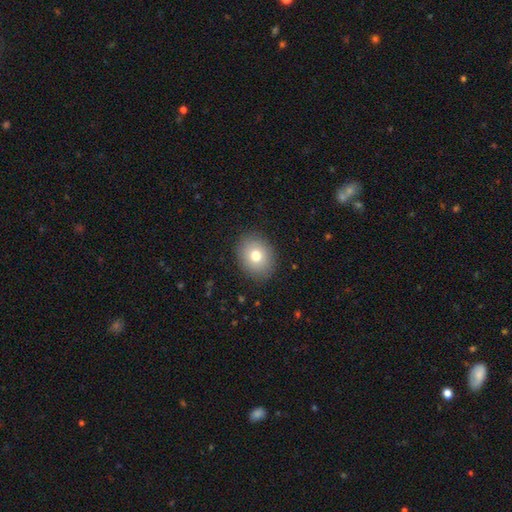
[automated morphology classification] Smooth or featured?
  - smooth: 77% *
  - featured or disk: 13%
  - star or artifact: 10%
How rounded?
  - round: 54% *
  - in between: 46%
  - cigar-shaped: 1%
Merging?
  - none: 87% *
  - minor disturbance: 9%
  - major disturbance: 3%
  - merger: 1%